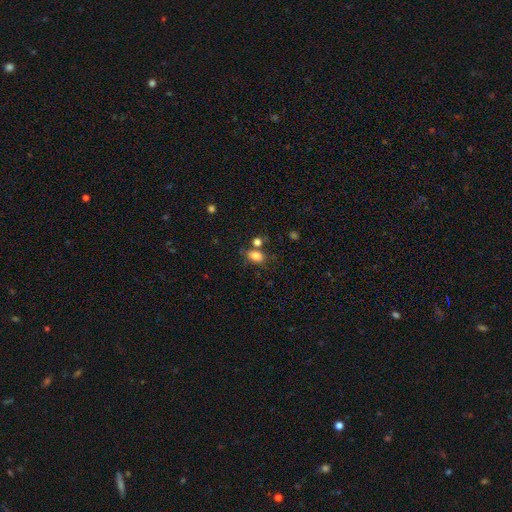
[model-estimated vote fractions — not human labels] A smooth galaxy with no disk features (82%) that is in between round and cigar-shaped (85%).

Vote fractions:
- Smooth or featured? smooth: 82% / star or artifact: 10% / featured or disk: 8%
- How rounded? in between: 85% / round: 13% / cigar-shaped: 2%
- Merging? none: 59% / merger: 21% / minor disturbance: 15% / major disturbance: 5%